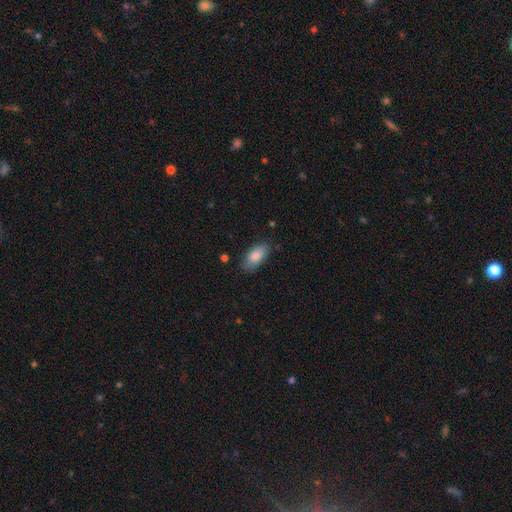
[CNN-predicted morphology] The model was most divided on "merging": none: 80%, minor disturbance: 16%, major disturbance: 3%, merger: 1%. More confident: how rounded — in between (90%); smooth or featured — smooth (84%).